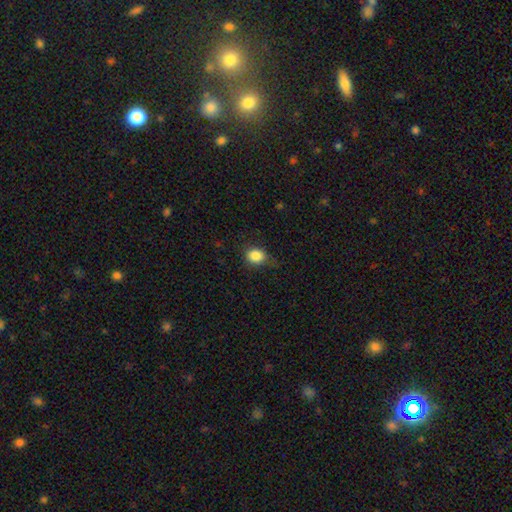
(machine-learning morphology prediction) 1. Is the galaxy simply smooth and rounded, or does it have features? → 85% smooth, 10% star or artifact, 5% featured or disk.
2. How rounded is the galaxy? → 61% round, 38% in between, 1% cigar-shaped.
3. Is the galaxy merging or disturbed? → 70% none, 23% minor disturbance, 6% major disturbance, 1% merger.